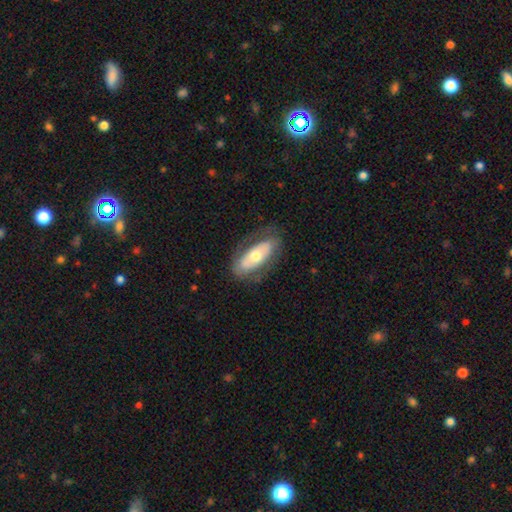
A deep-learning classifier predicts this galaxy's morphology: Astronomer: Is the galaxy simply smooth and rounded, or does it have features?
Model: featured or disk — 48% (runner-up: smooth, 46%).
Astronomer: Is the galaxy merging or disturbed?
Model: none — 75%.